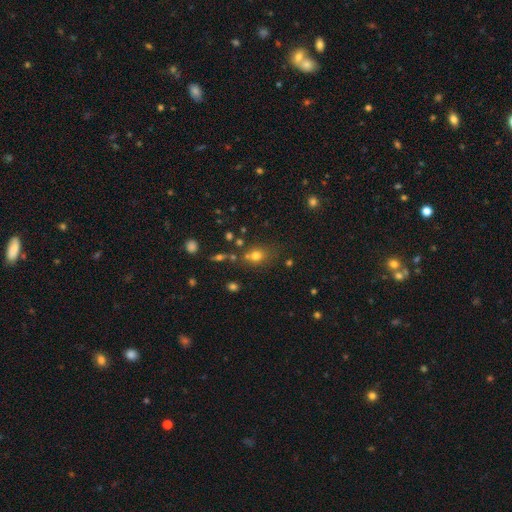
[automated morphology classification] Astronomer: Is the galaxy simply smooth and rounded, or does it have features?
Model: smooth — 71%.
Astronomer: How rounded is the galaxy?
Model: round — 65%.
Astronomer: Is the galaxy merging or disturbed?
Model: none — 60%.